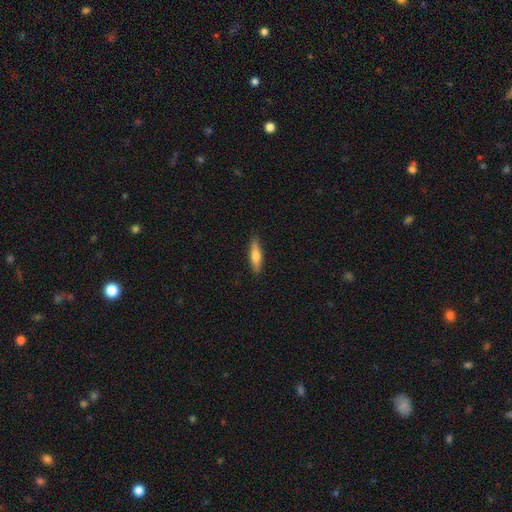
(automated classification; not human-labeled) This appears to be a smooth galaxy with no disk features (64%) that is cigar-shaped (70%). Merging: none (89%).